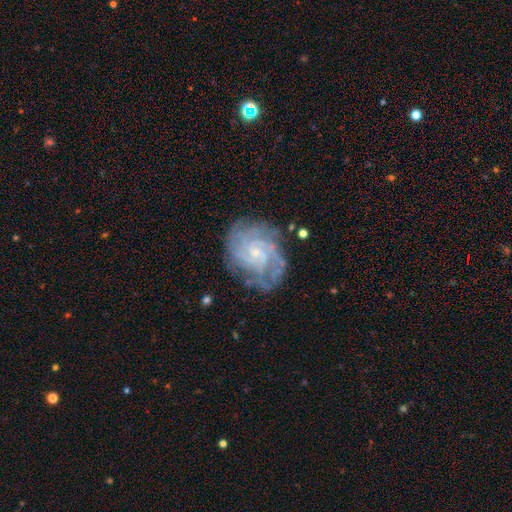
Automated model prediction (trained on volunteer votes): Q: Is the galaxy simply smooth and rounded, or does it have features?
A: featured or disk — 82%.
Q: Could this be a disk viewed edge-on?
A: no — 97%.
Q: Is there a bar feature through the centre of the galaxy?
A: no — 64%.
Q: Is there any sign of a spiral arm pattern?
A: yes — 96%.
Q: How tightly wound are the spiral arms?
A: tight — 68%.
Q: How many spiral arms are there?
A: can't tell — 31%.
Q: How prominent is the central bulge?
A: small — 77%.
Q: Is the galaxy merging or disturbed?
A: none — 75%.